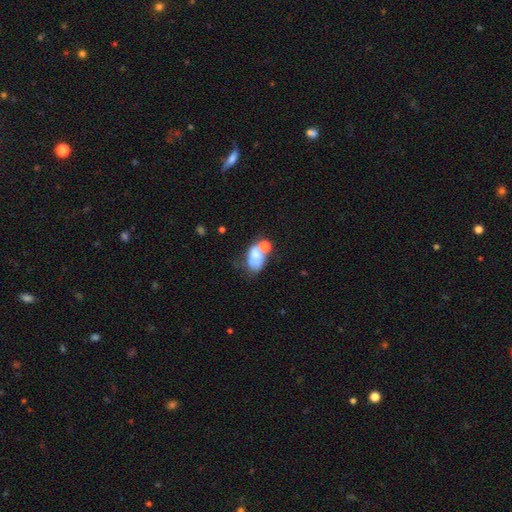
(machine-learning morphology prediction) Smooth or featured? smooth (60%)
How rounded? in between (84%)
Merging? merger (46%)